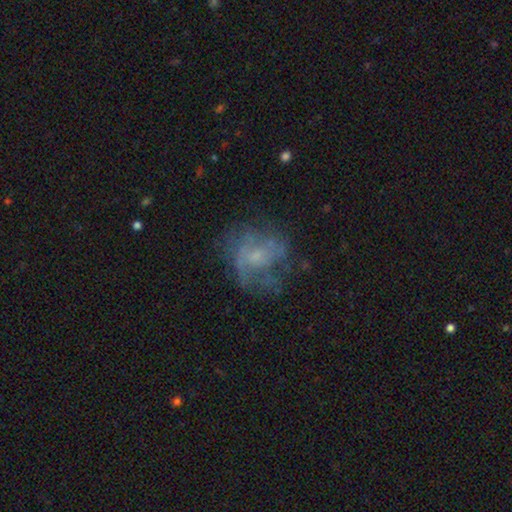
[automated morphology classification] Smooth or featured? Predicted: featured or disk (p=0.55). Edge-on disk? Predicted: no (p=0.97). Bar? Predicted: no (p=0.77). Spiral arms? Predicted: yes (p=0.51). Bulge size? Predicted: small (p=0.51). Merging? Predicted: none (p=0.54).